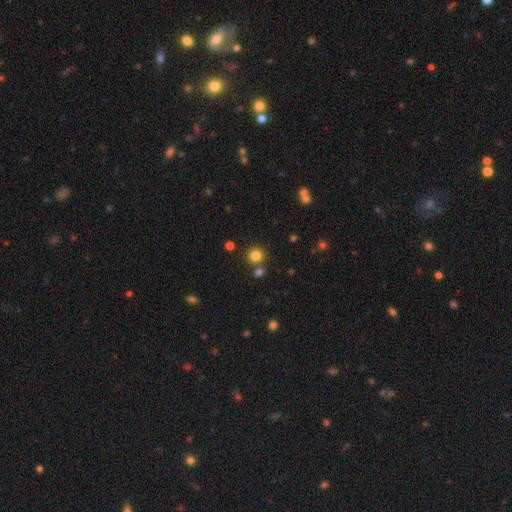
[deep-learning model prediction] smooth-or-featured: smooth: 82% | star or artifact: 13% | featured or disk: 5%
  how-rounded: round: 90% | in between: 9% | cigar-shaped: 1%
  merging: none: 79% | merger: 11% | minor disturbance: 7% | major disturbance: 3%